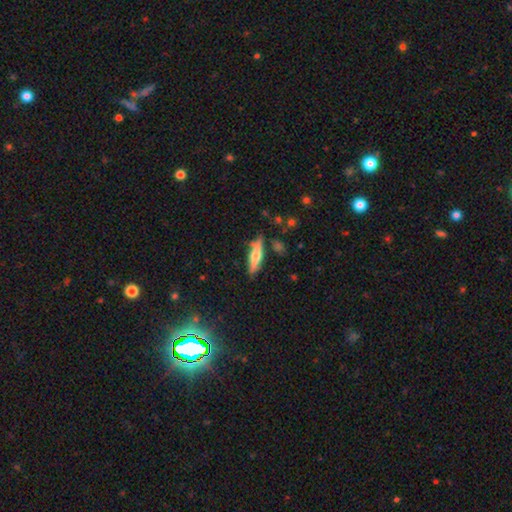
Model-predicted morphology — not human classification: This is possibly a smooth galaxy (52%). How rounded: likely cigar-shaped (73%). Merging: likely none (77%).